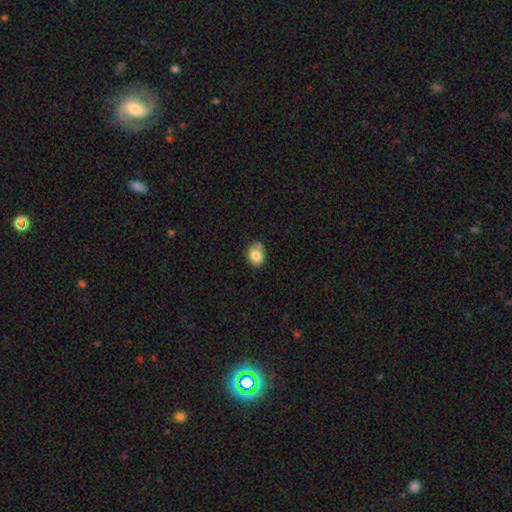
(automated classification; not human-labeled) Smooth or featured? smooth (81%)
How rounded? in between (51%)
Merging? none (63%)